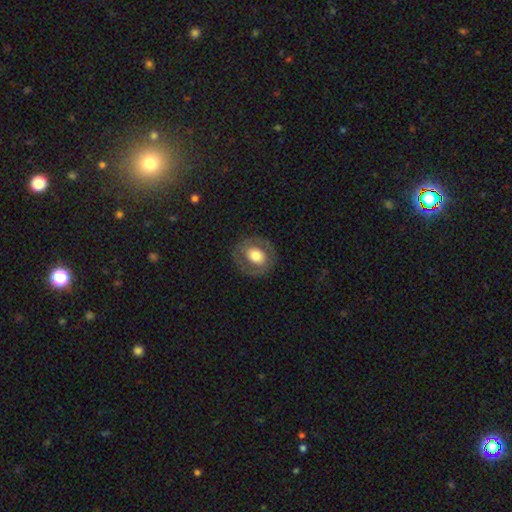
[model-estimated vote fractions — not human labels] Smooth or featured? smooth (53%)
How rounded? round (71%)
Merging? none (80%)